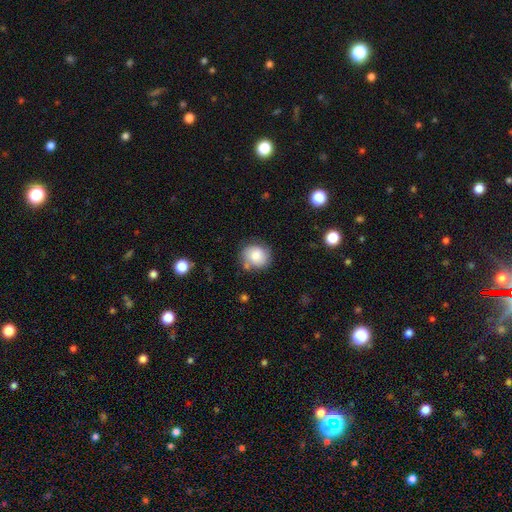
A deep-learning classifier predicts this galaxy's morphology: Smooth or featured: smooth — 76% (featured or disk — 15%)
How rounded: round — 79% (in between — 20%)
Merging: none — 69% (minor disturbance — 20%)